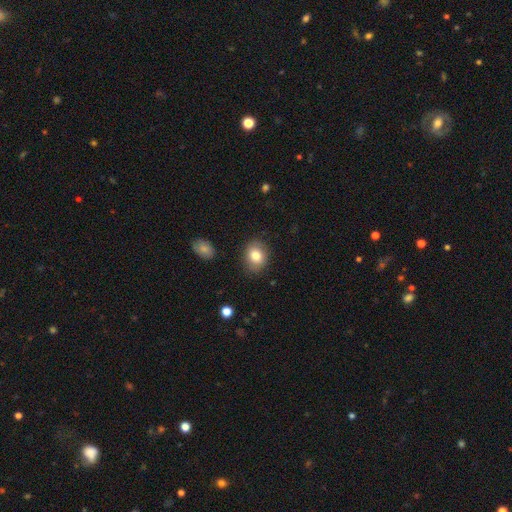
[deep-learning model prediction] Smooth or featured? Predicted: smooth (p=0.80). How rounded? Predicted: in between (p=0.52). Merging? Predicted: none (p=0.83).